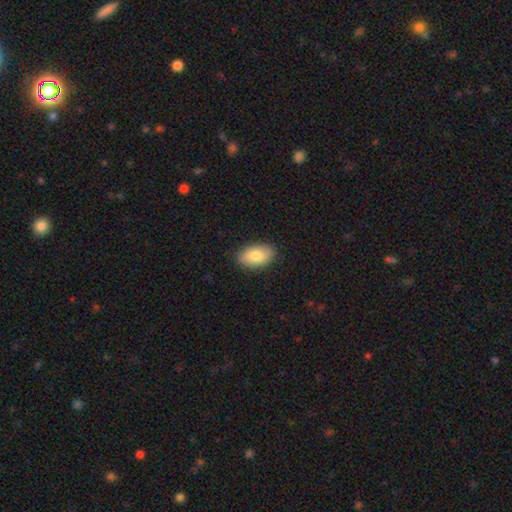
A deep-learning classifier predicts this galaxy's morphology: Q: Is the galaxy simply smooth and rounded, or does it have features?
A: smooth — 82%.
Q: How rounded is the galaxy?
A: in between — 92%.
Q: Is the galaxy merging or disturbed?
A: none — 87%.